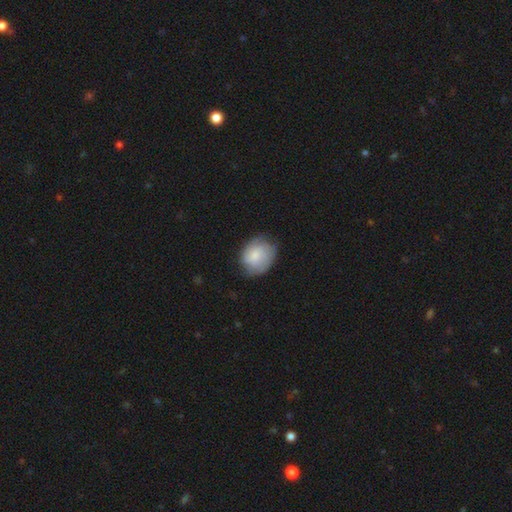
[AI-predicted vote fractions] smooth-or-featured: smooth: 68% | featured or disk: 26% | star or artifact: 7%
  how-rounded: round: 53% | in between: 46% | cigar-shaped: 1%
  merging: none: 67% | minor disturbance: 25% | major disturbance: 7% | merger: 1%